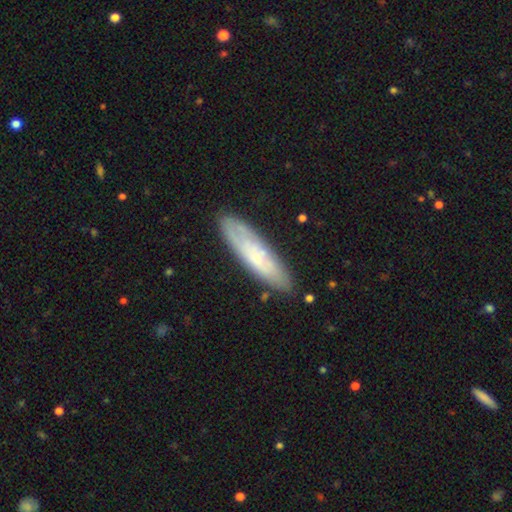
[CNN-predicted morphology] Smooth or featured? smooth (51%)
How rounded? cigar-shaped (70%)
Merging? none (82%)